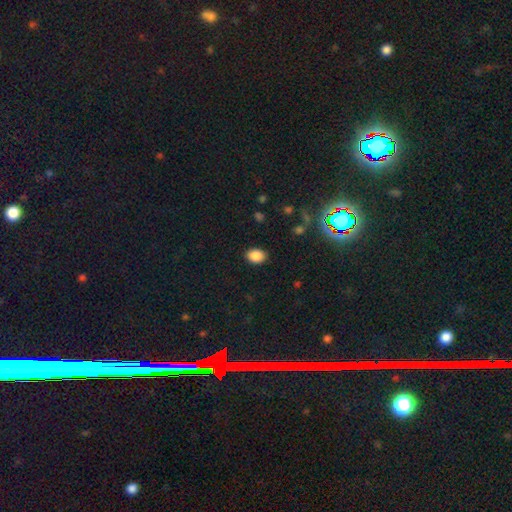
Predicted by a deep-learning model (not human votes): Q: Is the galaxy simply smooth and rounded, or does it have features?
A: smooth — 87%.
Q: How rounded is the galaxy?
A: in between — 71%.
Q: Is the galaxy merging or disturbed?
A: none — 88%.